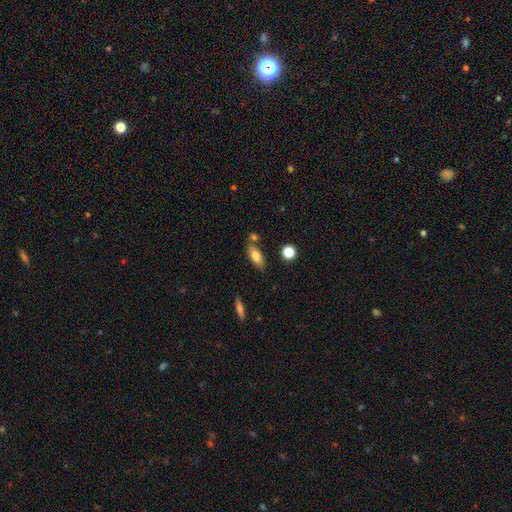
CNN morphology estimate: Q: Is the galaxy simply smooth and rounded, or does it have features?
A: smooth — 74%.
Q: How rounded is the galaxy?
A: in between — 76%.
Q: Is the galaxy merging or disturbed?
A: none — 69%.